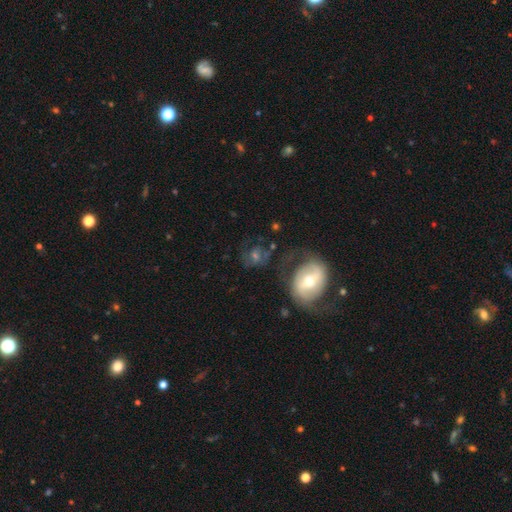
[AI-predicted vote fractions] The model was most divided on "bar": no: 45%, weak: 34%, strong: 20%. More confident: edge-on disk — no (95%); spiral arms — yes (67%); bulge size — moderate (60%); smooth or featured — featured or disk (55%); merging — none (53%).